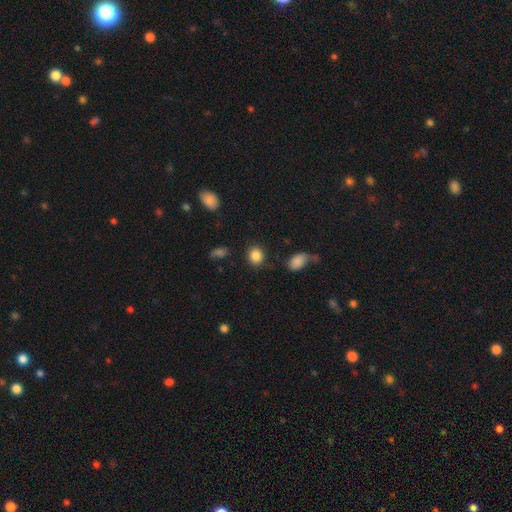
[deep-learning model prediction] Morphology: type=smooth (86%); roundness=round (76%); merging=none (85%).